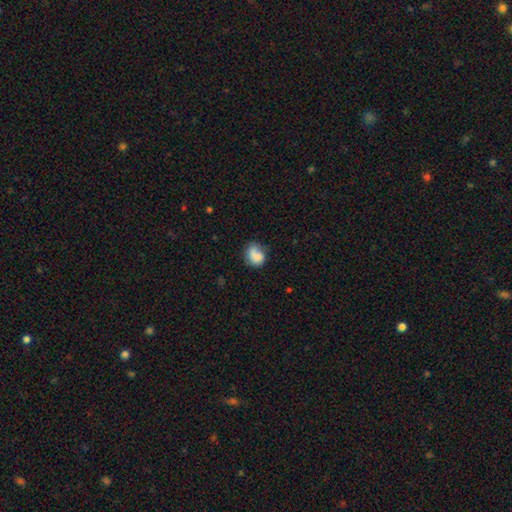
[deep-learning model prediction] smooth-or-featured: smooth: 77% | featured or disk: 14% | star or artifact: 9%
  how-rounded: in between: 52% | round: 47% | cigar-shaped: 1%
  merging: none: 46% | minor disturbance: 31% | major disturbance: 13% | merger: 10%